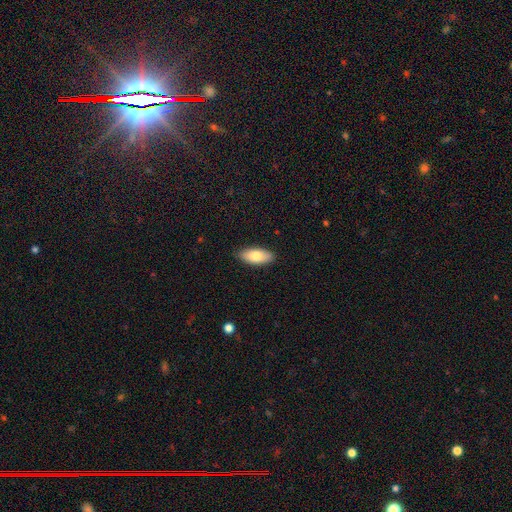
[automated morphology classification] A smooth galaxy with no disk features (78%) that is in between round and cigar-shaped (86%).

Vote fractions:
- Smooth or featured? smooth: 78% / featured or disk: 16% / star or artifact: 6%
- How rounded? in between: 86% / cigar-shaped: 12% / round: 2%
- Merging? none: 87% / minor disturbance: 10% / major disturbance: 2% / merger: 1%